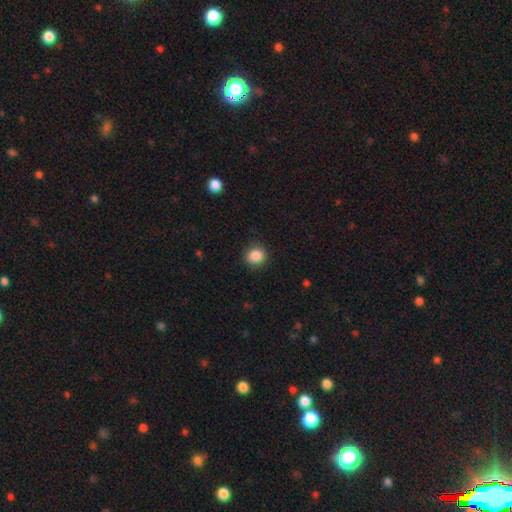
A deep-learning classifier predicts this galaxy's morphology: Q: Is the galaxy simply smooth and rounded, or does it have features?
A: smooth — 87%.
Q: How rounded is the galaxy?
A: round — 83%.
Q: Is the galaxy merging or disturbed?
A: none — 87%.